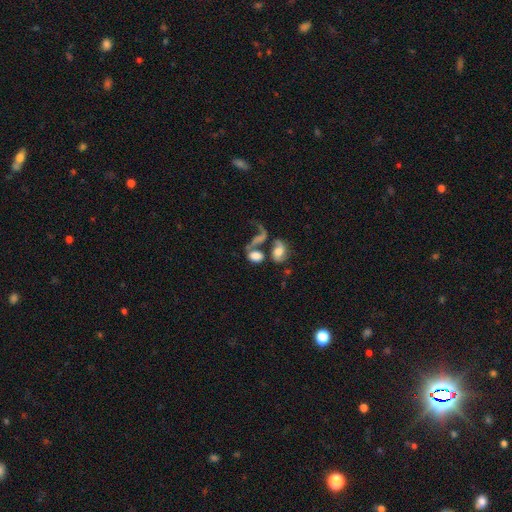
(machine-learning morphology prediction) Overall: smooth (58%; featured or disk 31%). How rounded: in between (76%). Merging: merger (53%; none 20%).